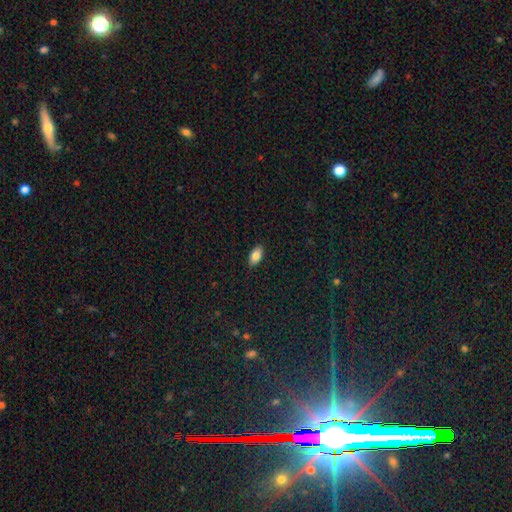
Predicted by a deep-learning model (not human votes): Smooth or featured? smooth (85%)
How rounded? in between (93%)
Merging? none (89%)